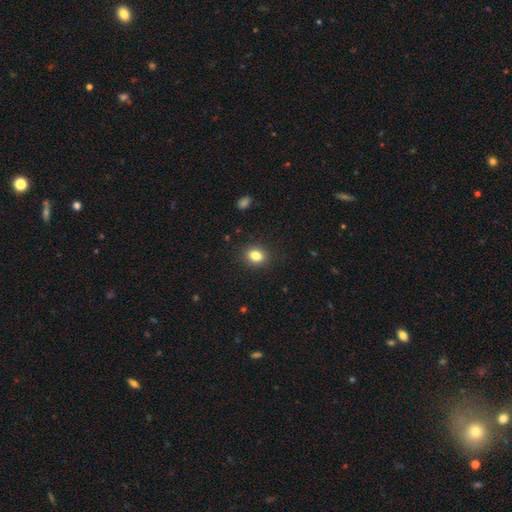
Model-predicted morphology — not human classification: smooth_or_featured: smooth (p=0.82) [alt: star or artifact p=0.11]
how_rounded: in between (p=0.55) [alt: round p=0.43]
merging: none (p=0.88) [alt: minor disturbance p=0.08]